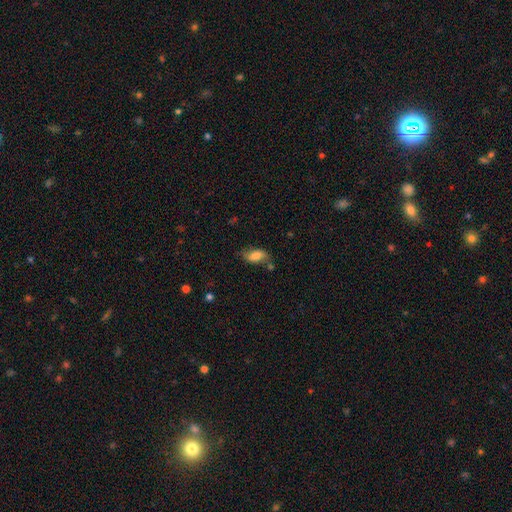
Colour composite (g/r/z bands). It shows a smooth galaxy with no disk features (76%) that is in between round and cigar-shaped (93%). Merging: none (57%).